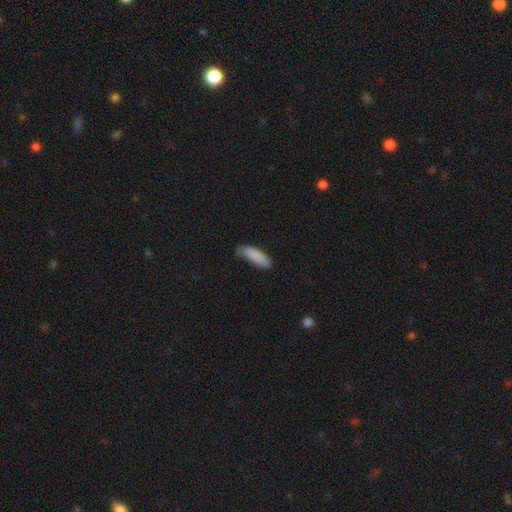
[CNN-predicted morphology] A smooth galaxy with no disk features (87%) that is in between round and cigar-shaped (56%).

Vote fractions:
- Smooth or featured? smooth: 87% / featured or disk: 7% / star or artifact: 6%
- How rounded? in between: 56% / cigar-shaped: 42% / round: 2%
- Merging? none: 54% / minor disturbance: 35% / major disturbance: 8% / merger: 2%